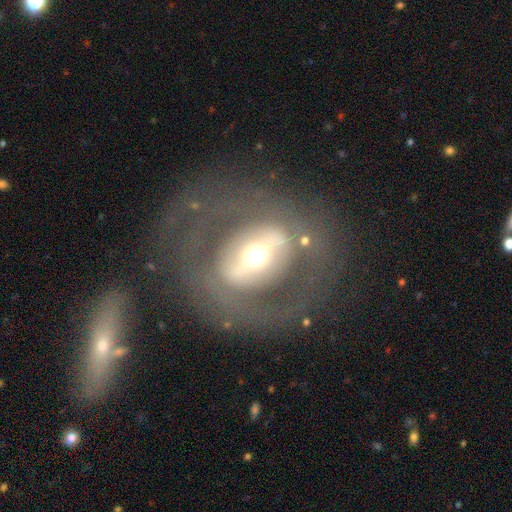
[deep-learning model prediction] smooth-or-featured: featured or disk: 70% | smooth: 22% | star or artifact: 8%
  disk-edge-on: no: 88% | yes: 12%
    bar: strong: 57% | weak: 23% | no: 21%
    has-spiral-arms: no: 75% | yes: 25%
    bulge-size: moderate: 61% | small: 18% | large: 17% | dominant: 4% | none: 1%
  merging: none: 72% | major disturbance: 14% | minor disturbance: 12% | merger: 2%